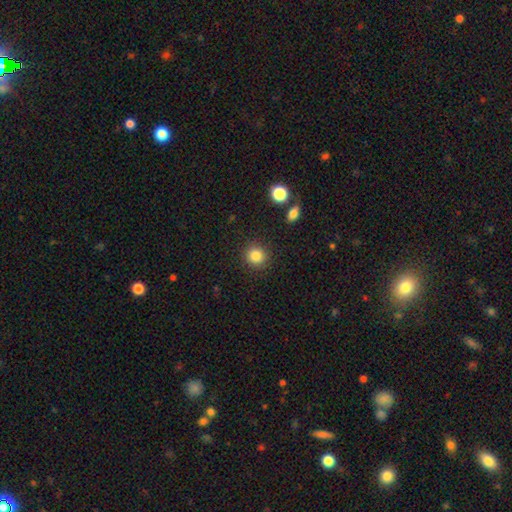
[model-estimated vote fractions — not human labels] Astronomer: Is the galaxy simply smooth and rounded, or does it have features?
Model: smooth — 84%.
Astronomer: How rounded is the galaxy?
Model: round — 91%.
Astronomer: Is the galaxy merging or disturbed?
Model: none — 90%.